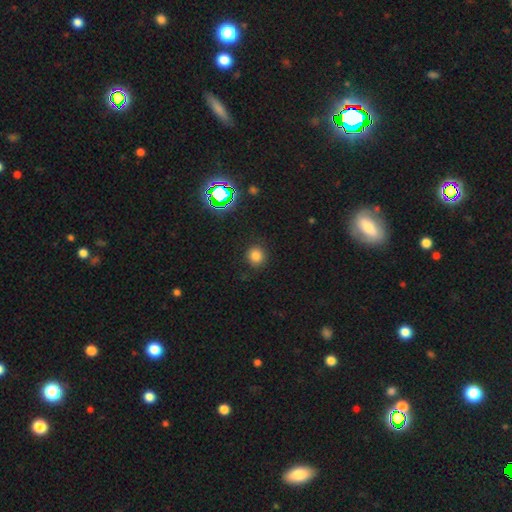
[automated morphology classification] smooth 79%, star or artifact 16%, featured or disk 5%. Down the decision tree: how rounded — round (90%); merging — none (87%).